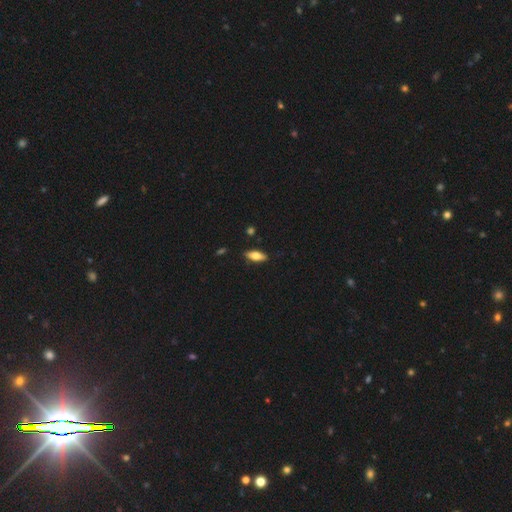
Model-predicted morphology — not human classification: Smooth or featured? smooth (69%)
How rounded? in between (74%)
Merging? none (87%)